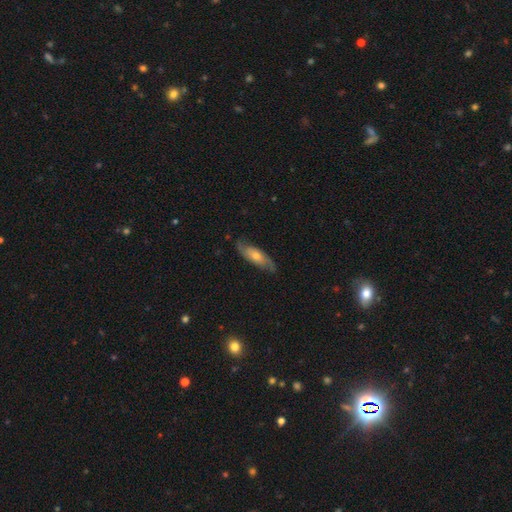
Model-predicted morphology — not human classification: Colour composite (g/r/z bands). It shows a featured or disk galaxy (68%) with no bar (70%), 2 (86%) medium (39%, tied with loose) spiral arms (90%) and a moderate central bulge (54%). Merging: none (76%).